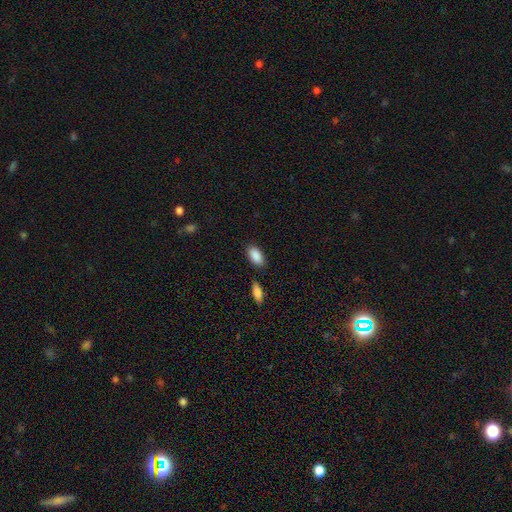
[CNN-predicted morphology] smooth 89%, star or artifact 6%, featured or disk 4%. Down the decision tree: how rounded — in between (93%); merging — none (82%).